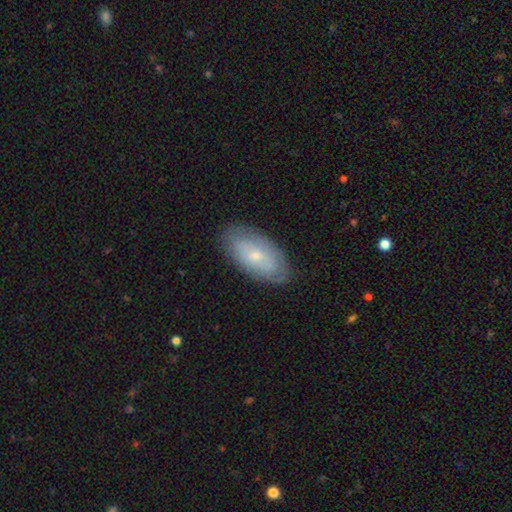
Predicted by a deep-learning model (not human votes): Morphology: type=smooth (49%); merging=none (81%).